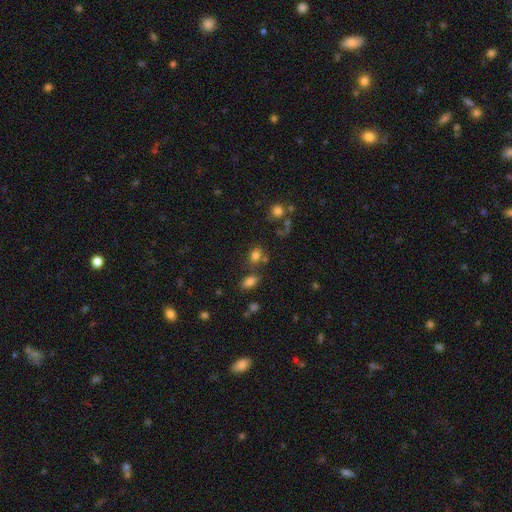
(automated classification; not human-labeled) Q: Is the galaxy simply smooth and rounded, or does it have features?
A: smooth — 77%.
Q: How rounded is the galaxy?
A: round — 50%.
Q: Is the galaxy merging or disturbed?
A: none — 60%.